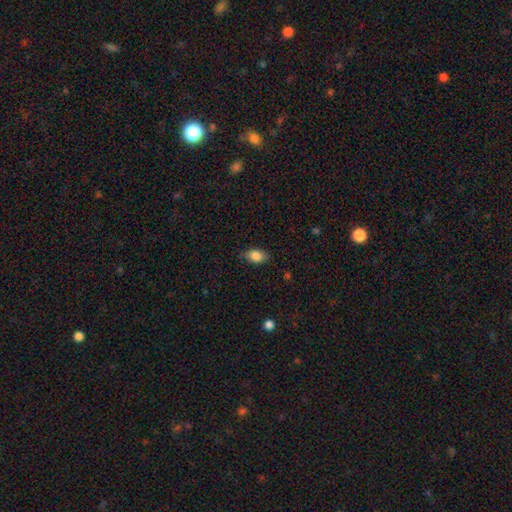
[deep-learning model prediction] smooth 85%, star or artifact 8%, featured or disk 7%. Down the decision tree: how rounded — in between (85%); merging — none (81%).